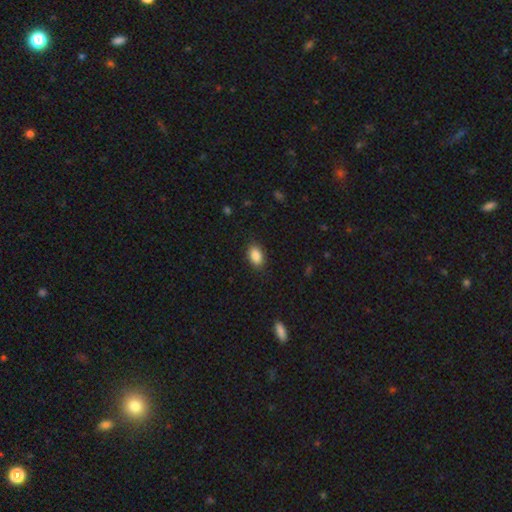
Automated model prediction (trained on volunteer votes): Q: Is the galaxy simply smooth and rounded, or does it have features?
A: smooth — 88%.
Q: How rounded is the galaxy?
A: in between — 90%.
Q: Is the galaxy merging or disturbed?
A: none — 87%.